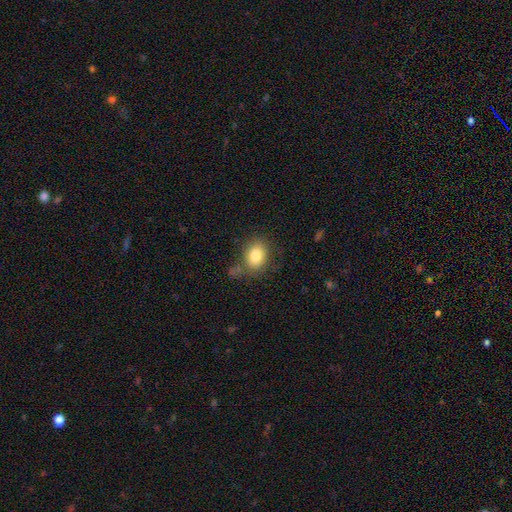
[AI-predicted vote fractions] smooth-or-featured: smooth: 82% | featured or disk: 9% | star or artifact: 9%
  how-rounded: in between: 62% | round: 37% | cigar-shaped: 1%
  merging: none: 72% | minor disturbance: 16% | major disturbance: 6% | merger: 6%